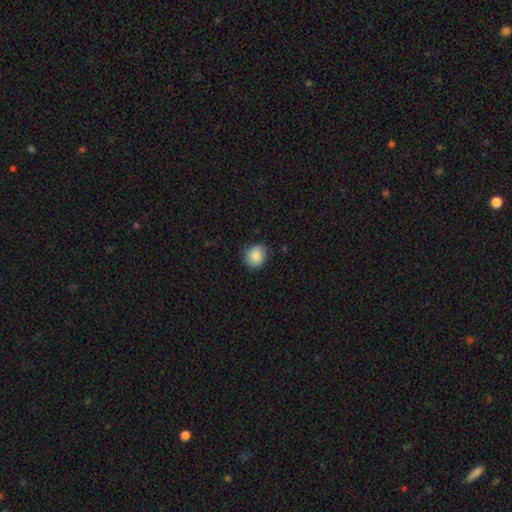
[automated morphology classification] Smooth or featured? Predicted: smooth (p=0.88). How rounded? Predicted: round (p=0.77). Merging? Predicted: none (p=0.86).